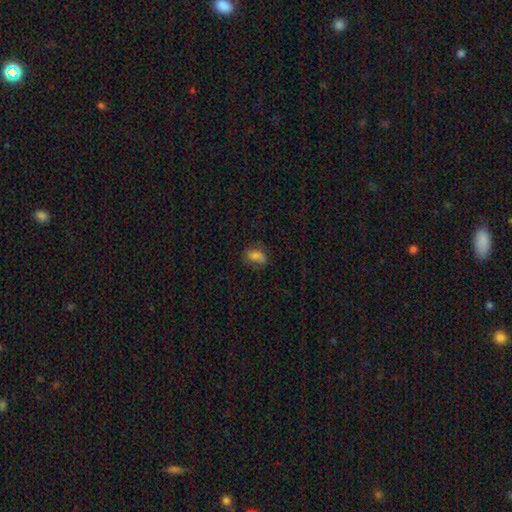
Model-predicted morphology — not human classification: Smooth or featured: smooth — 75% (featured or disk — 15%)
How rounded: in between — 82% (round — 12%)
Merging: none — 70% (minor disturbance — 21%)